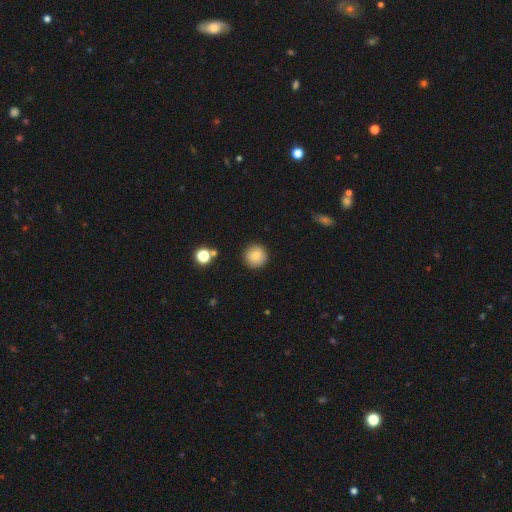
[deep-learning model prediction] smooth_or_featured: smooth (p=0.83) [alt: star or artifact p=0.10]
how_rounded: round (p=0.95) [alt: in between p=0.04]
merging: none (p=0.89) [alt: minor disturbance p=0.07]